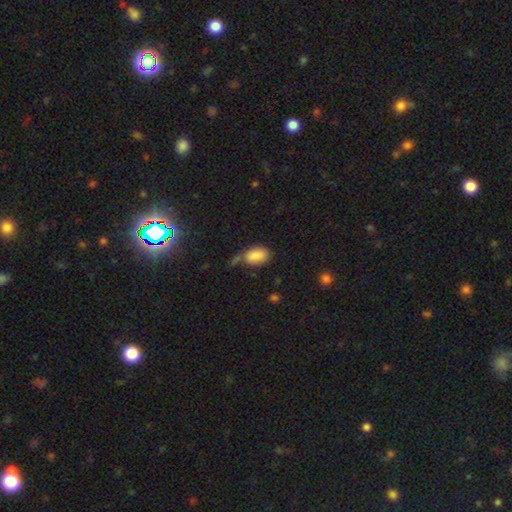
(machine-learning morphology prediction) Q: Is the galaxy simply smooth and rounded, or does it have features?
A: smooth — 86%.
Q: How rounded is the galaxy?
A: in between — 90%.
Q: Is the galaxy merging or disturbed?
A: none — 53%.